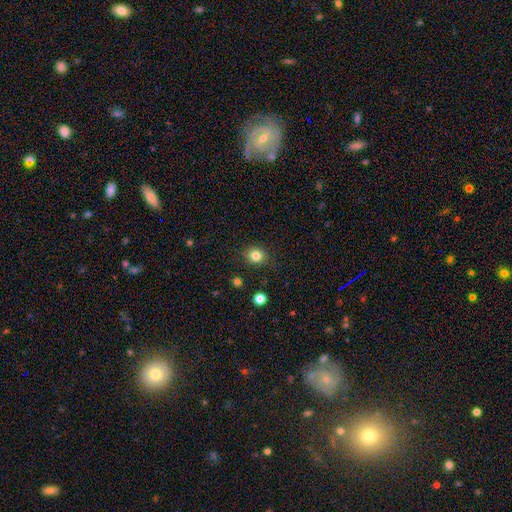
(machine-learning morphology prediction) Smooth or featured? smooth (82%)
How rounded? round (80%)
Merging? none (86%)